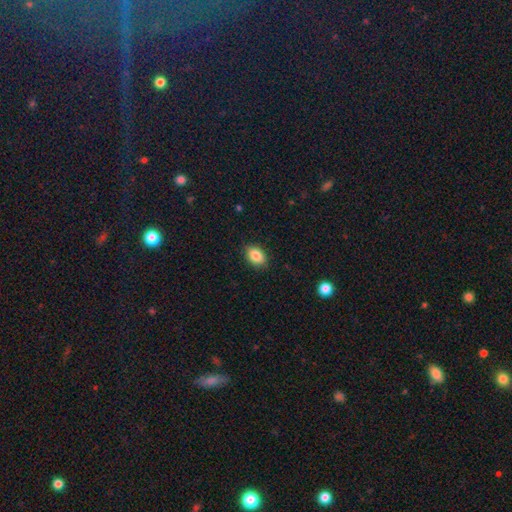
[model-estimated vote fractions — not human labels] Smooth or featured? smooth (84%)
How rounded? in between (82%)
Merging? none (86%)